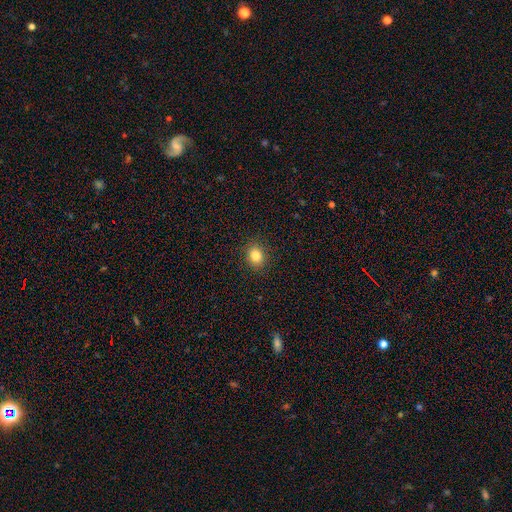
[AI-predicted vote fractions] A smooth galaxy with no disk features (83%) that is round (62%). Merging: none (90%).